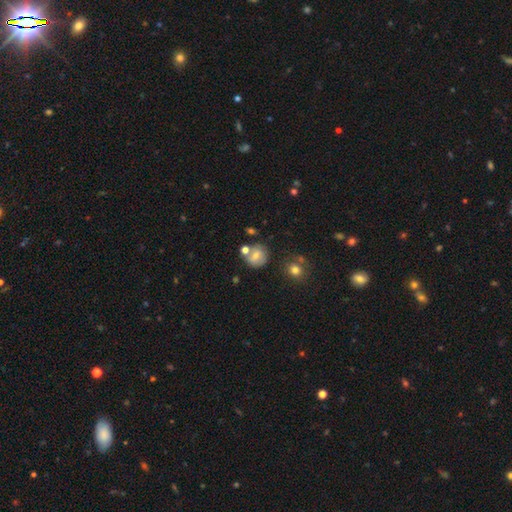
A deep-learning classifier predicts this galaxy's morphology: Smooth or featured? Predicted: smooth (p=0.64). How rounded? Predicted: round (p=0.82). Merging? Predicted: none (p=0.60).